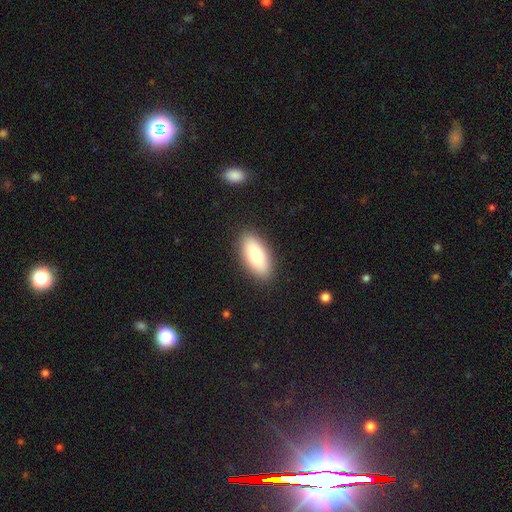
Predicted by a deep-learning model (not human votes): smooth 81%, featured or disk 13%, star or artifact 6%. Down the decision tree: how rounded — in between (87%); merging — none (88%).